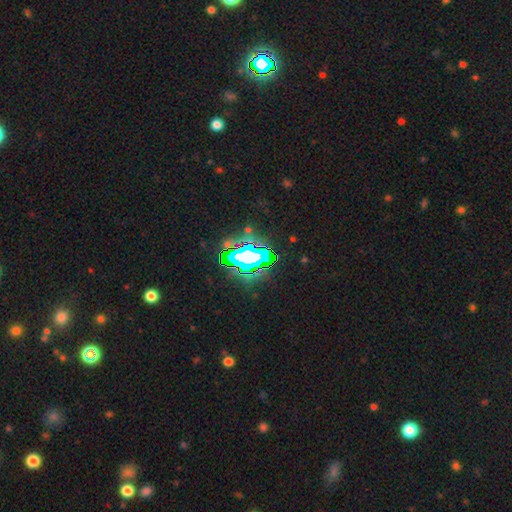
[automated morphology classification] star or artifact 69%, featured or disk 16%, smooth 15%.